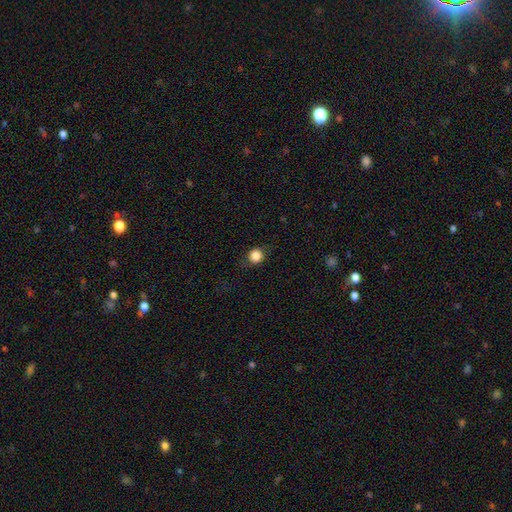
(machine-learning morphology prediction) Smooth or featured?
  - smooth: 84% *
  - star or artifact: 11%
  - featured or disk: 5%
How rounded?
  - round: 88% *
  - in between: 11%
  - cigar-shaped: 1%
Merging?
  - none: 82% *
  - minor disturbance: 12%
  - major disturbance: 4%
  - merger: 1%